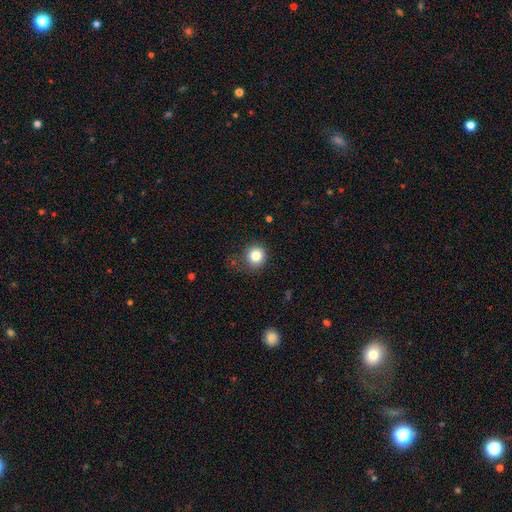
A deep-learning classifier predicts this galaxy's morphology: A smooth galaxy with no disk features (83%) that is round (89%). Merging: none (76%).